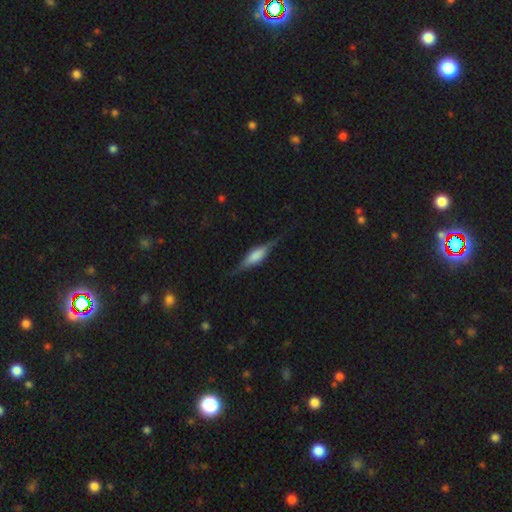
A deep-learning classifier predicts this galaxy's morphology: featured or disk 62%, smooth 31%, star or artifact 7%. Down the decision tree: edge-on disk — yes (95%); edge-on bulge — rounded (51%); merging — none (80%).